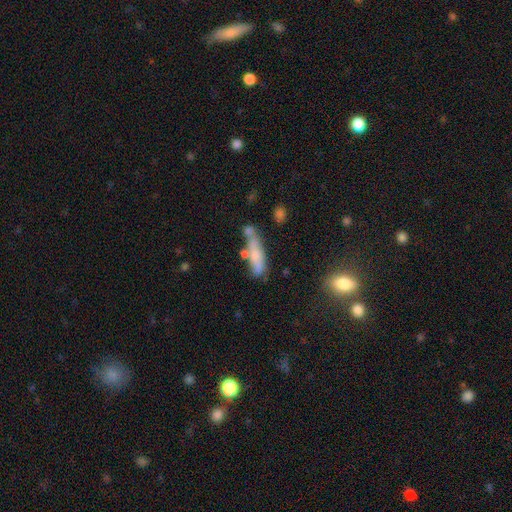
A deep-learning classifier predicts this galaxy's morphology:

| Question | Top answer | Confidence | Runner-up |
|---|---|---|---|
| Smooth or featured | smooth | 67% | featured or disk (24%) |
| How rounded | cigar-shaped | 62% | in between (35%) |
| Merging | none | 43% | merger (24%) |